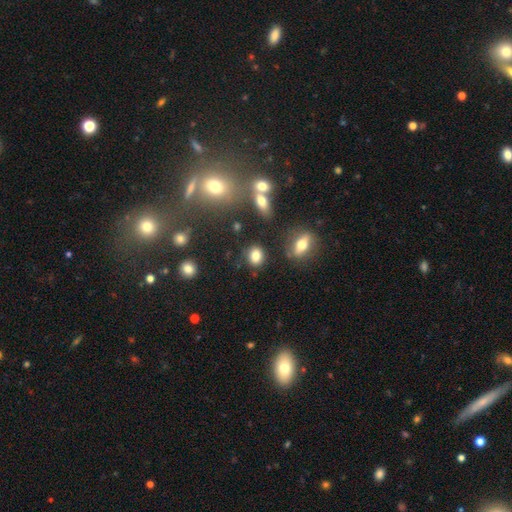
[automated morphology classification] Smooth or featured?
  - smooth: 81% *
  - star or artifact: 11%
  - featured or disk: 8%
How rounded?
  - round: 49% * (tied)
  - in between: 49% * (tied)
  - cigar-shaped: 2%
Merging?
  - none: 78% *
  - minor disturbance: 12%
  - merger: 6%
  - major disturbance: 4%